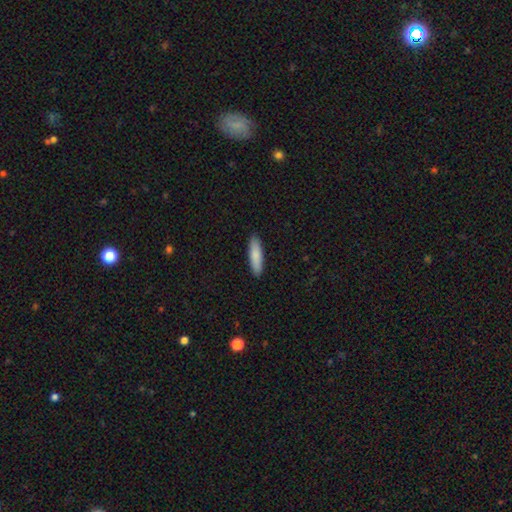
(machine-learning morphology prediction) A smooth galaxy with no disk features (85%) that is cigar-shaped (68%). Merging: none (90%).